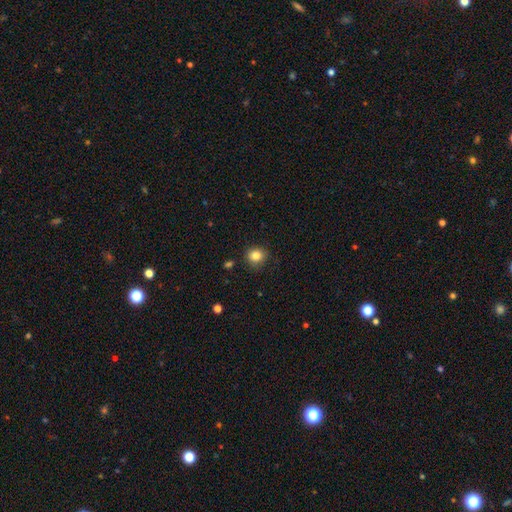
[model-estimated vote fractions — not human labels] smooth_or_featured: smooth (p=0.84) [alt: star or artifact p=0.11]
how_rounded: round (p=0.84) [alt: in between p=0.15]
merging: none (p=0.86) [alt: minor disturbance p=0.10]